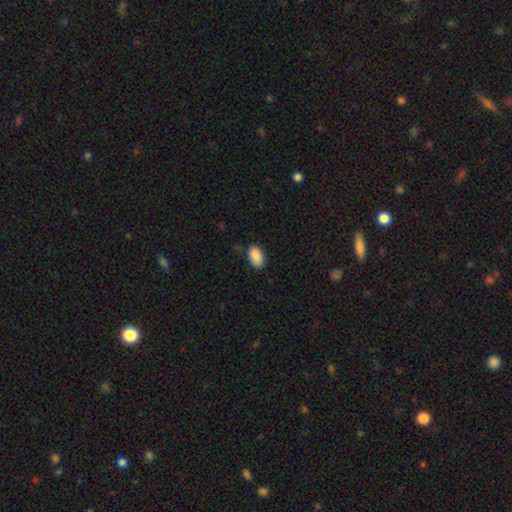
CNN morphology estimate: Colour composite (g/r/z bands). It shows a smooth galaxy with no disk features (90%) that is in between round and cigar-shaped (94%). Merging: none (82%).